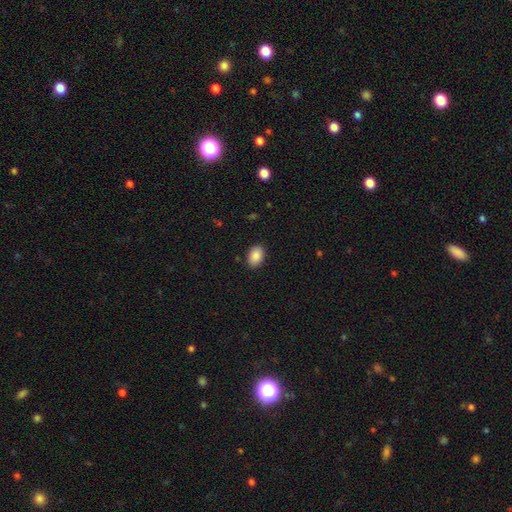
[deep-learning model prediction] Q: Smooth or featured?
A: smooth (89%); runner-up: star or artifact (7%)
Q: How rounded?
A: in between (86%); runner-up: round (13%)
Q: Merging?
A: none (89%); runner-up: minor disturbance (8%)